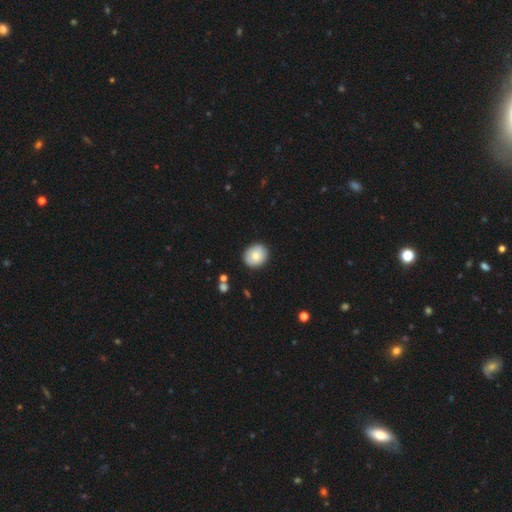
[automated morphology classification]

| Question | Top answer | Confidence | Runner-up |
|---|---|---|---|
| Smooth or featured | smooth | 78% | featured or disk (14%) |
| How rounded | round | 78% | in between (21%) |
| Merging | none | 87% | minor disturbance (9%) |